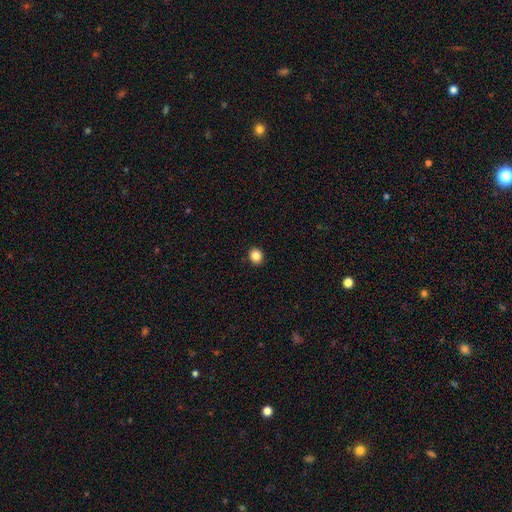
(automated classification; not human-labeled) Overall: smooth (85%). How rounded: round (73%). Merging: none (91%).